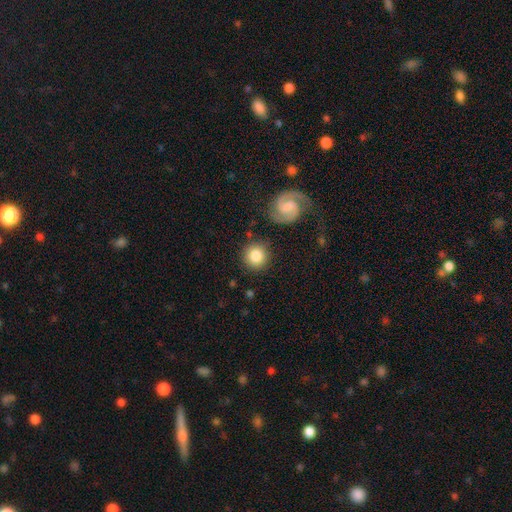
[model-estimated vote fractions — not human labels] Smooth or featured? smooth (80%)
How rounded? round (94%)
Merging? none (85%)